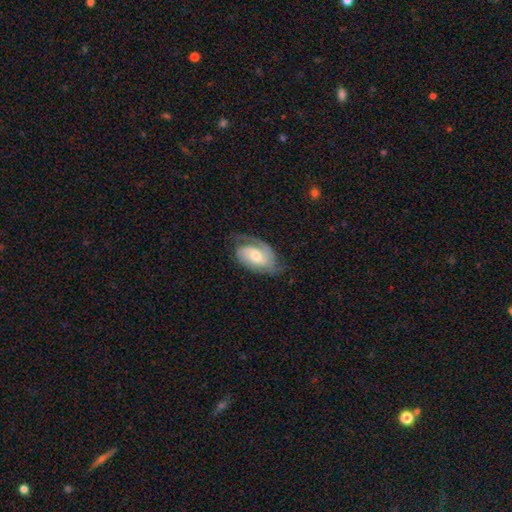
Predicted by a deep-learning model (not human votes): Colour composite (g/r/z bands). It shows a featured or disk galaxy (76%) with no bar (55%), 2 (60%) medium (42%) spiral arms (93%) and a moderate central bulge (66%). Merging: none (63%).